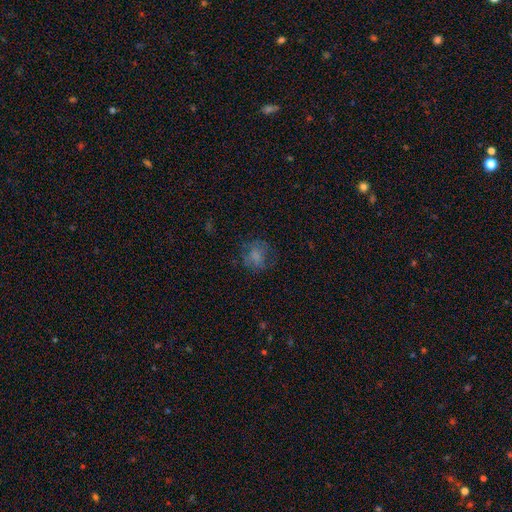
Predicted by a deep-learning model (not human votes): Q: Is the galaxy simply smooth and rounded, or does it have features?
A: smooth — 61%.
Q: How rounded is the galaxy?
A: round — 72%.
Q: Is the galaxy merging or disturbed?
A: none — 62%.